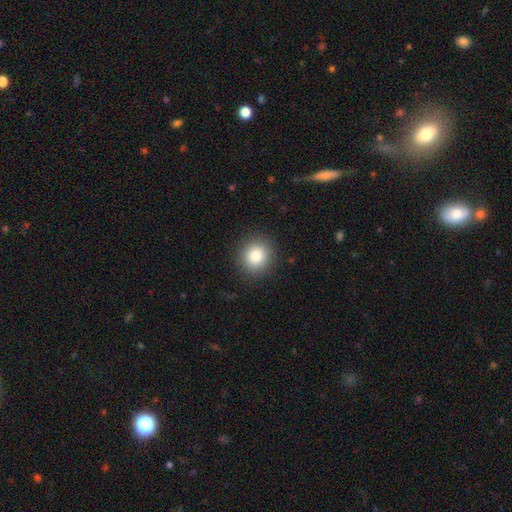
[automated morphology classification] smooth_or_featured: smooth (p=0.84) [alt: star or artifact p=0.10]
how_rounded: round (p=0.87) [alt: in between p=0.12]
merging: none (p=0.89) [alt: minor disturbance p=0.07]